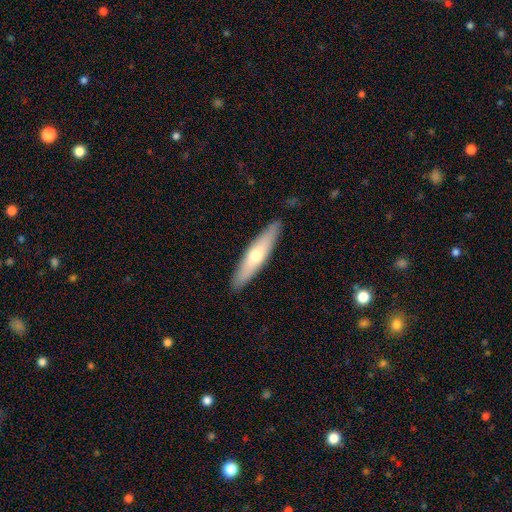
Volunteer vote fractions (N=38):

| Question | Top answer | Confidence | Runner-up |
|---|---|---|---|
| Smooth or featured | smooth | 50% | tied: featured or disk (50%) |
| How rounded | cigar-shaped | 74% | in between (21%) |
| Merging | none | 87% | minor disturbance (8%) |